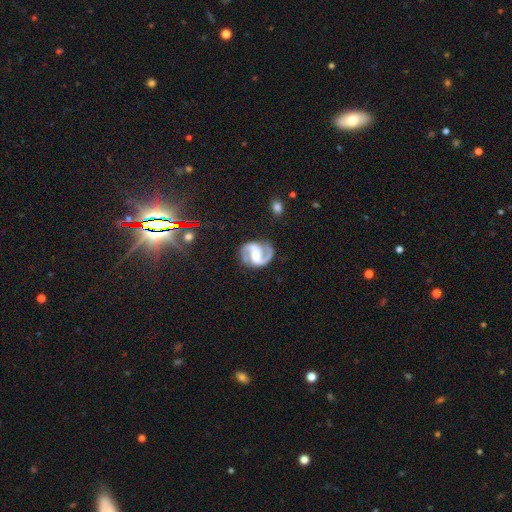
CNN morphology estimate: This is clearly a featured or disk galaxy (92%). It is clearly not viewed edge-on (98%). Bar: marginally strong (43%). Spiral arm pattern: clearly yes (98%). Spiral arm count: clearly 2 (94%). Spiral winding: possibly medium (59%). Central bulge: possibly moderate (47%). Merging: clearly none (82%).